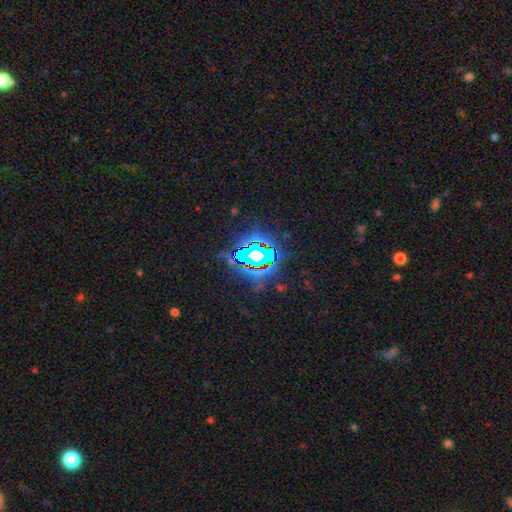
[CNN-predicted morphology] type=star or artifact (78%).